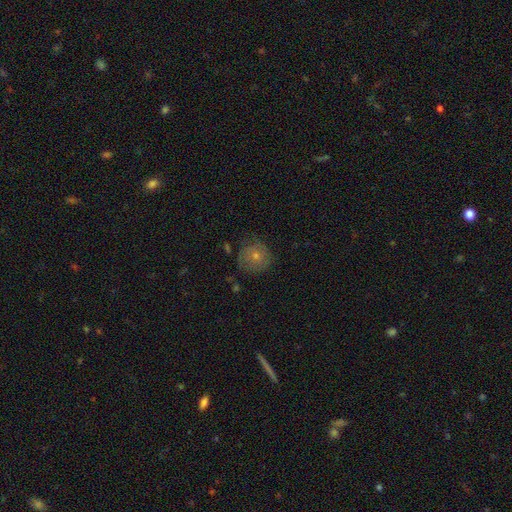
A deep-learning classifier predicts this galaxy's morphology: type=smooth (46%); merging=none (78%).